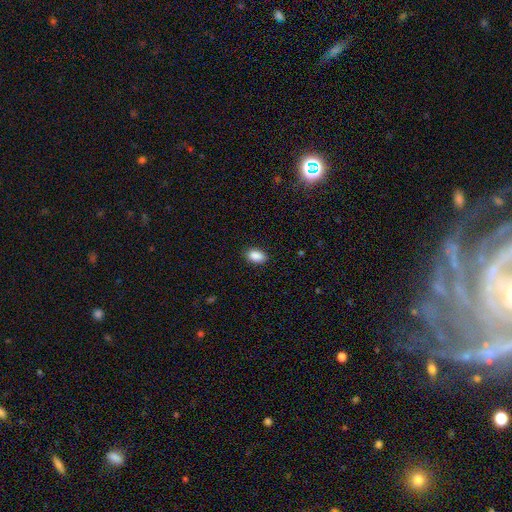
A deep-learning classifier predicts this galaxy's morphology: Overall: smooth (90%). How rounded: in between (91%). Merging: none (88%).